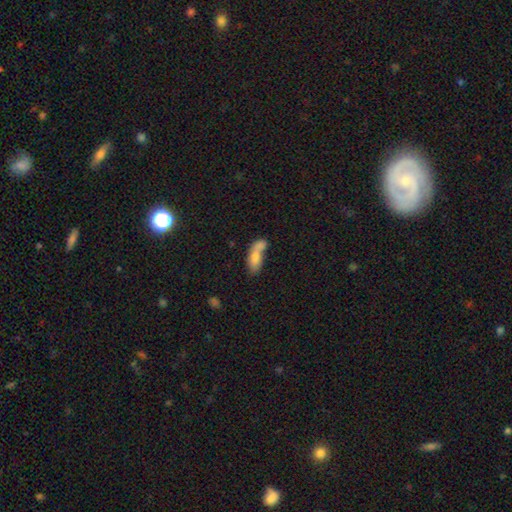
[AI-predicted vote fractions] A smooth galaxy with no disk features (75%) that is in between round and cigar-shaped (77%). Merging: merger (53%).